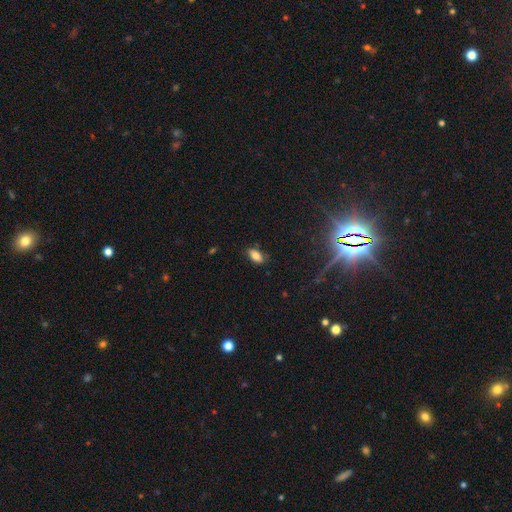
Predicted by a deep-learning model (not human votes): Morphology: type=smooth (80%); roundness=in between (89%); merging=none (80%).